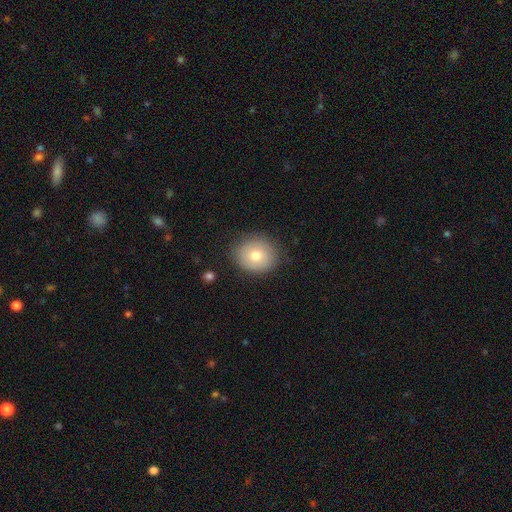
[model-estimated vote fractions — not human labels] Morphology: type=smooth (73%); roundness=round (72%); merging=none (81%).